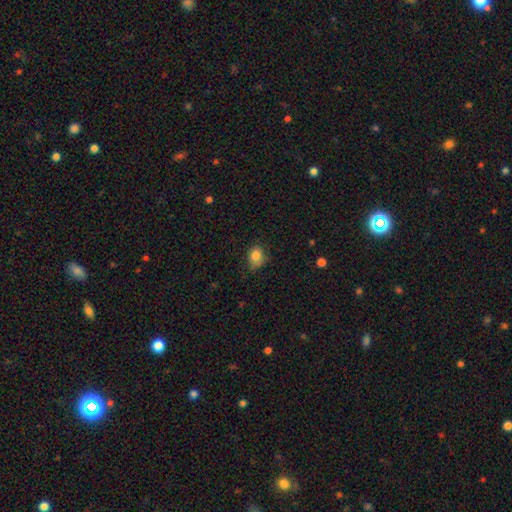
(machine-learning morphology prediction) Overall: smooth (83%). How rounded: in between (53%; round 46%). Merging: none (57%; minor disturbance 32%).